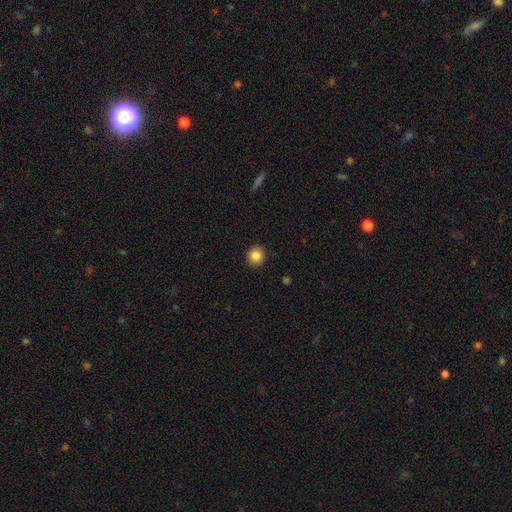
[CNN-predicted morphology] This is clearly a smooth galaxy (86%). How rounded: clearly round (89%). Merging: clearly none (92%).